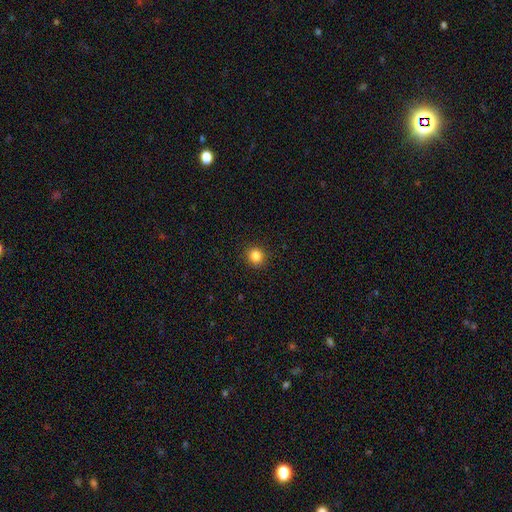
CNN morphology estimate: This appears to be a smooth galaxy with no disk features (85%) that is round (85%). Merging: none (91%).